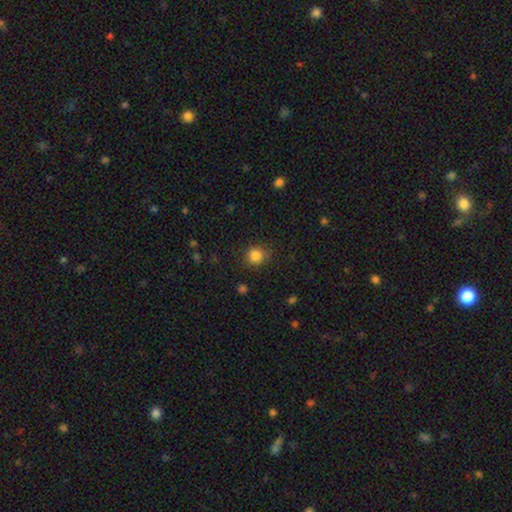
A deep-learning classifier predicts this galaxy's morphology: type=smooth (84%); roundness=round (88%); merging=none (82%).